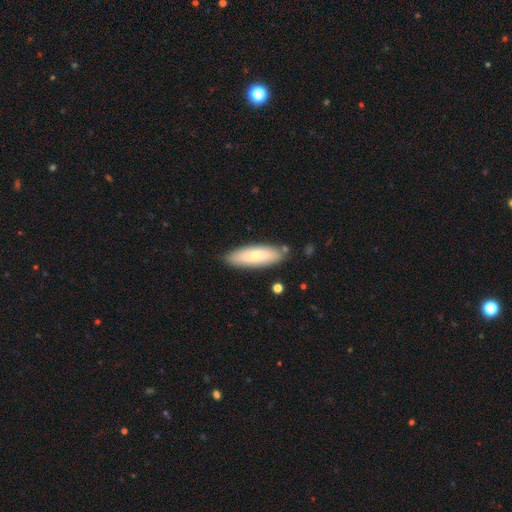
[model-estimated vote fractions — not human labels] Overall: smooth (70%). How rounded: cigar-shaped (49%, tied with in between). Merging: none (83%).